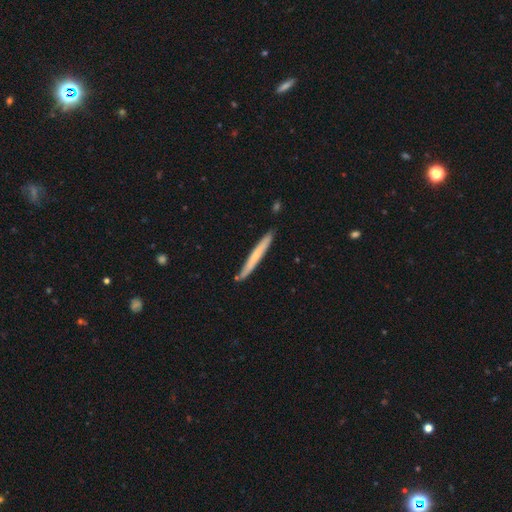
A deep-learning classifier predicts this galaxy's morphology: A smooth galaxy with no disk features (58%) that is cigar-shaped (97%).

Vote fractions:
- Smooth or featured? smooth: 58% / featured or disk: 36% / star or artifact: 5%
- How rounded? cigar-shaped: 97% / in between: 2% / round: 1%
- Merging? none: 87% / minor disturbance: 9% / merger: 2% / major disturbance: 1%